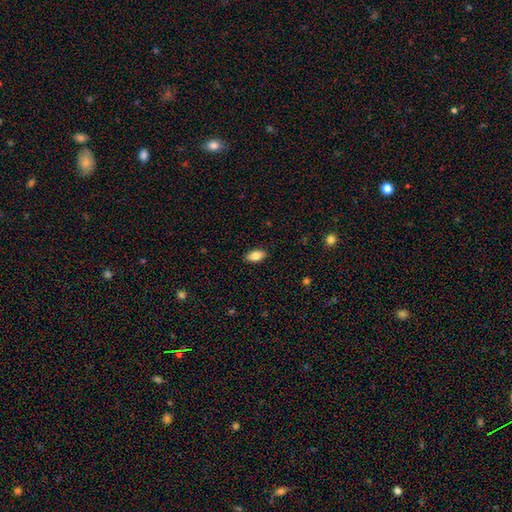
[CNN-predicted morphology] Overall: smooth (83%). How rounded: in between (91%). Merging: none (89%).